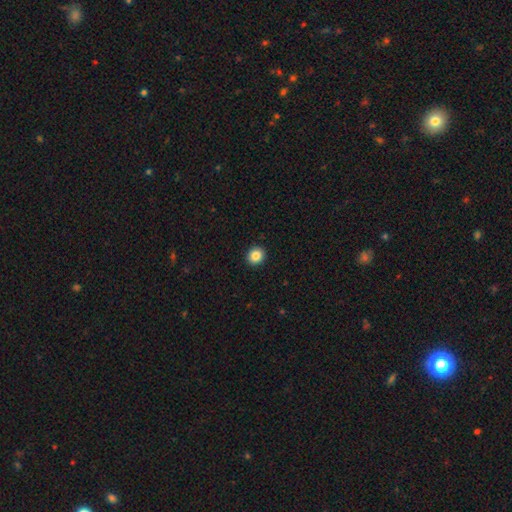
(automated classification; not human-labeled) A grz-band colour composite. It shows a smooth galaxy with no disk features (86%) that is round (86%). Merging: none (93%).